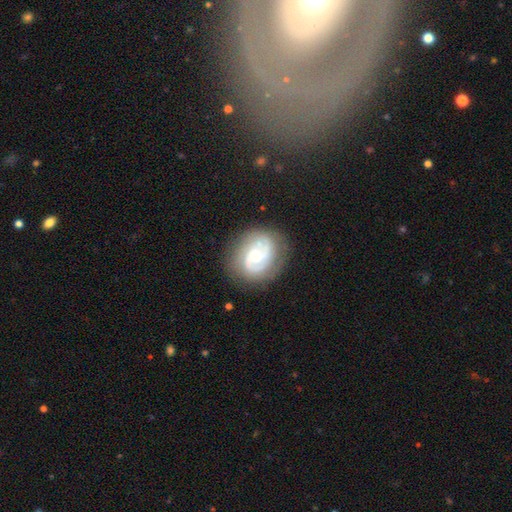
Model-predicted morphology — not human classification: Smooth or featured? featured or disk (81%)
Edge-on disk? no (98%)
Bar? no (64%)
Spiral arms? yes (92%)
Spiral winding? tight (48%)
Spiral arm count? 2 (61%)
Bulge size? moderate (52%)
Merging? none (77%)